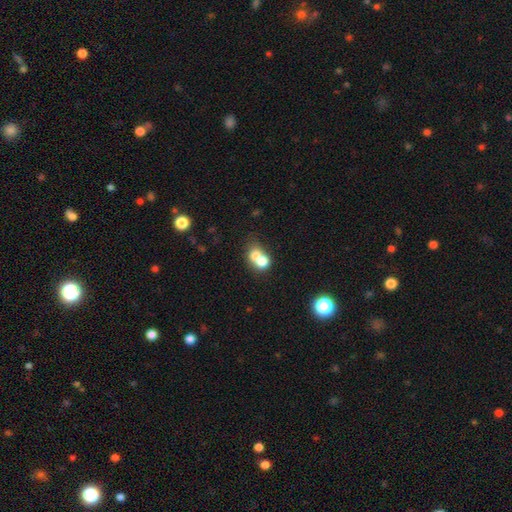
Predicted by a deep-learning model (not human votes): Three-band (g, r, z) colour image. It shows a smooth galaxy with no disk features (70%) that is round (66%). Merging: merger (65%).